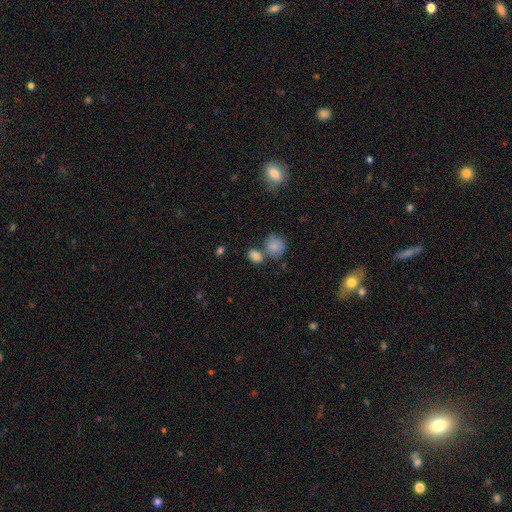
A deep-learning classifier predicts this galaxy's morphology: Q: Smooth or featured?
A: smooth (83%); runner-up: star or artifact (10%)
Q: How rounded?
A: in between (62%); runner-up: round (36%)
Q: Merging?
A: none (56%); runner-up: merger (28%)